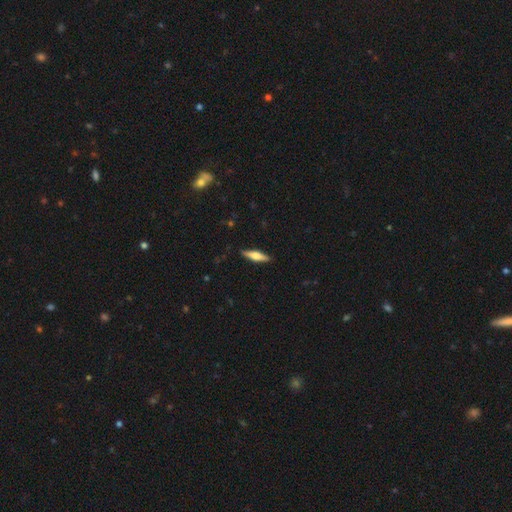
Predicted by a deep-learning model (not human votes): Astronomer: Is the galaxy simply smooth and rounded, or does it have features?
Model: smooth — 51% (runner-up: featured or disk, 43%).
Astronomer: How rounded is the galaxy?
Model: cigar-shaped — 69%.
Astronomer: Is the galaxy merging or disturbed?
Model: none — 88%.